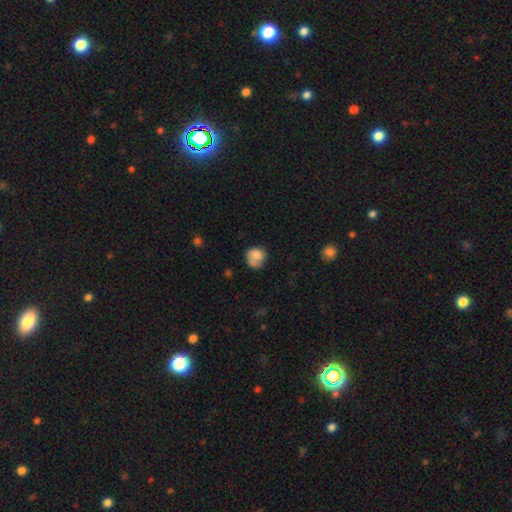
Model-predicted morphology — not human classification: Smooth or featured? smooth (77%)
How rounded? round (72%)
Merging? none (47%)